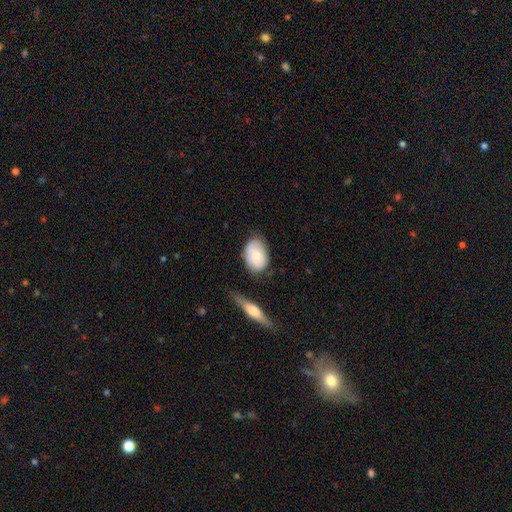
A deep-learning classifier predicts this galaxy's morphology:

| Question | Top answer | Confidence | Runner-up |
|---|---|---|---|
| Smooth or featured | smooth | 72% | featured or disk (22%) |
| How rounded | in between | 83% | round (15%) |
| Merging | none | 64% | minor disturbance (24%) |